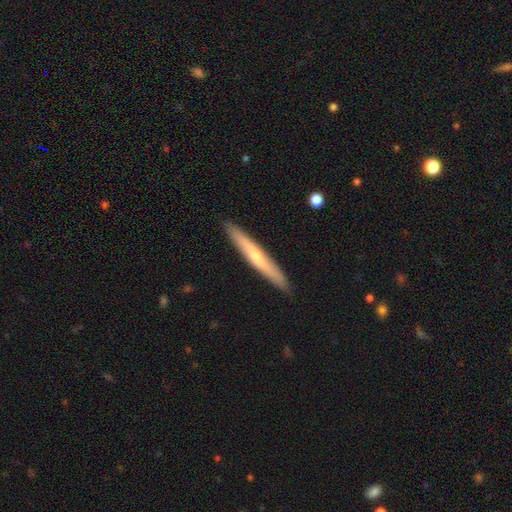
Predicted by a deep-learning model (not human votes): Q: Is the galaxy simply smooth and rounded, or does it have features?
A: featured or disk — 51%.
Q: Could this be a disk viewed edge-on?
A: yes — 95%.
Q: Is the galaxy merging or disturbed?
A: none — 91%.